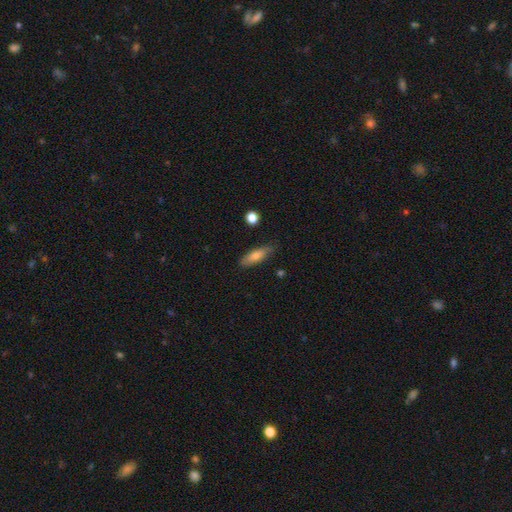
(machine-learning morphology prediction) A smooth galaxy with no disk features (71%) that is in between round and cigar-shaped (50%).

Vote fractions:
- Smooth or featured? smooth: 71% / featured or disk: 23% / star or artifact: 7%
- How rounded? in between: 50% / cigar-shaped: 47% / round: 3%
- Merging? none: 80% / minor disturbance: 16% / major disturbance: 3% / merger: 2%